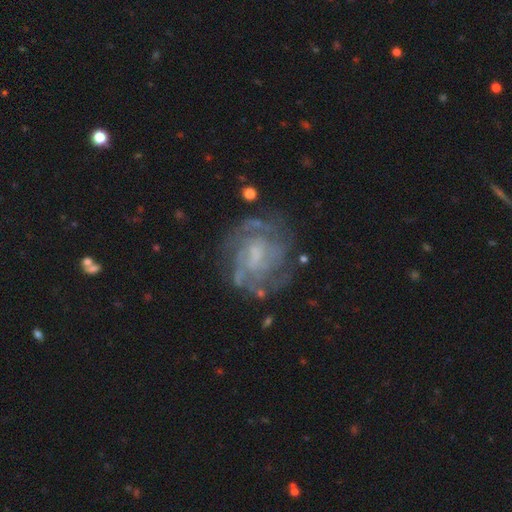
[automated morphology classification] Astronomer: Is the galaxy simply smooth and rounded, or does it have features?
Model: featured or disk — 81%.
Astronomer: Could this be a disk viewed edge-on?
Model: no — 98%.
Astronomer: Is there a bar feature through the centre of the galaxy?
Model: no — 46% (runner-up: weak, 44%).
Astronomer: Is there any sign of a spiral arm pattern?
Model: yes — 84%.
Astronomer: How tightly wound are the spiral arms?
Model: tight — 54% (runner-up: medium, 35%).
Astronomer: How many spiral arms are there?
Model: can't tell — 42% (runner-up: 3, 19%).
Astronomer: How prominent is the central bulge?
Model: small — 38% (runner-up: moderate, 29%).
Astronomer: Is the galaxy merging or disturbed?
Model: none — 68%.